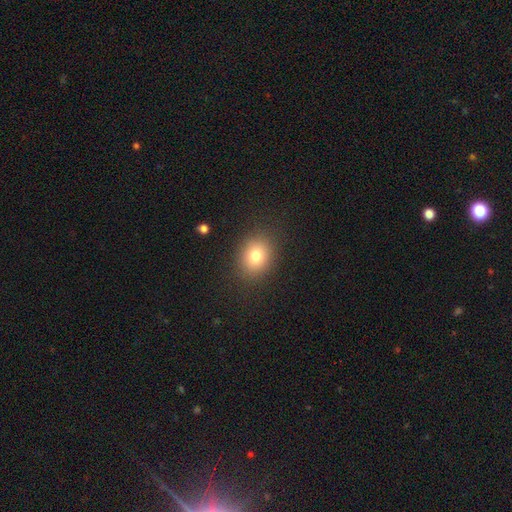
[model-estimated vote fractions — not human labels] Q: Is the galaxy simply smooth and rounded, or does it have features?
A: smooth — 78%.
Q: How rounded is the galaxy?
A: round — 56%.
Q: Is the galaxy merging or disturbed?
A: none — 87%.